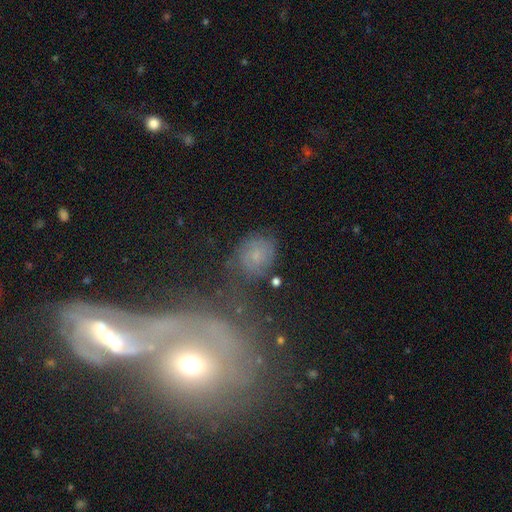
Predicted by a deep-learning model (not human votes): smooth_or_featured: featured or disk (p=0.45) [alt: smooth p=0.37]
merging: none (p=0.65) [alt: minor disturbance p=0.18]